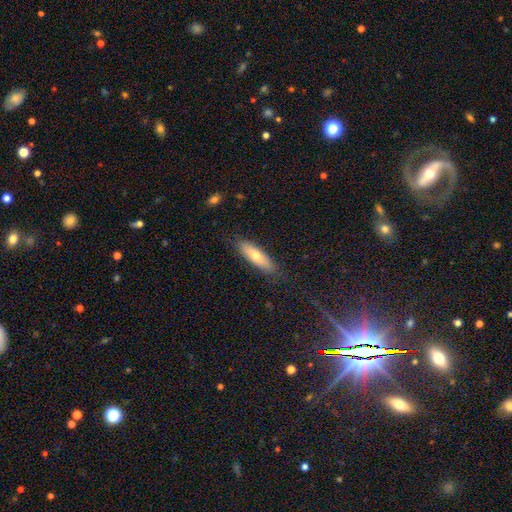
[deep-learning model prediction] Q: Smooth or featured?
A: smooth (66%); runner-up: featured or disk (28%)
Q: How rounded?
A: cigar-shaped (56%); runner-up: in between (42%)
Q: Merging?
A: none (85%); runner-up: minor disturbance (11%)